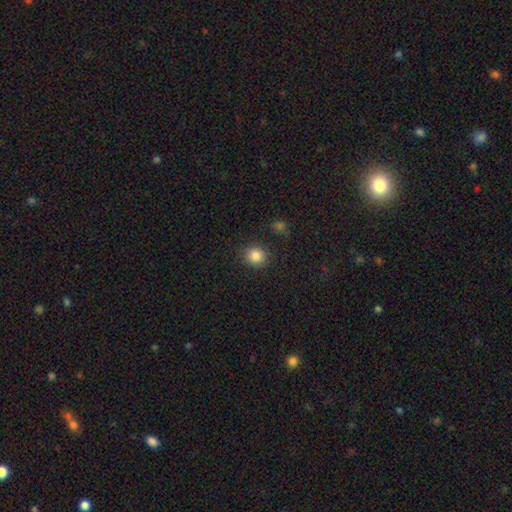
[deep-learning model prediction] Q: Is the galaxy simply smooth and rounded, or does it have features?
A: smooth — 85%.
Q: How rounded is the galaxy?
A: round — 85%.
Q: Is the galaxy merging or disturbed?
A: none — 87%.